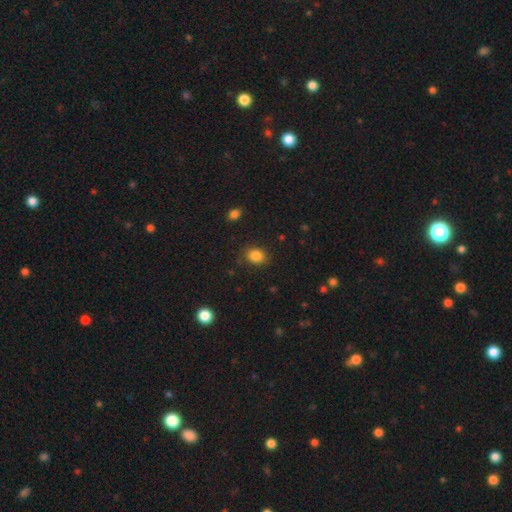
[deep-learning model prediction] This is clearly a smooth galaxy (85%). How rounded: possibly in between (50%). Merging: clearly none (85%).